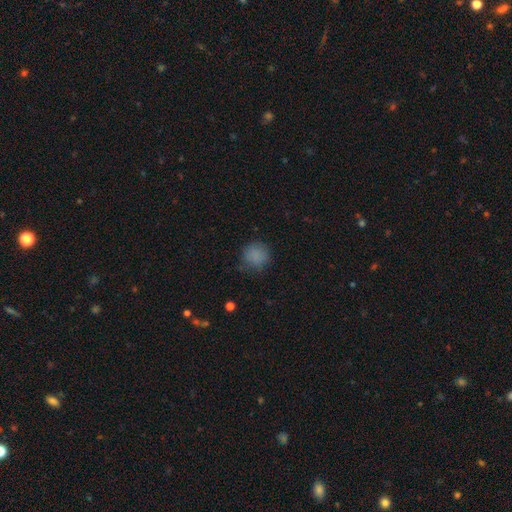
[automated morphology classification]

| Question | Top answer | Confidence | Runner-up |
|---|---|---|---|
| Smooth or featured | smooth | 84% | star or artifact (11%) |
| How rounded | round | 90% | in between (9%) |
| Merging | none | 75% | minor disturbance (18%) |